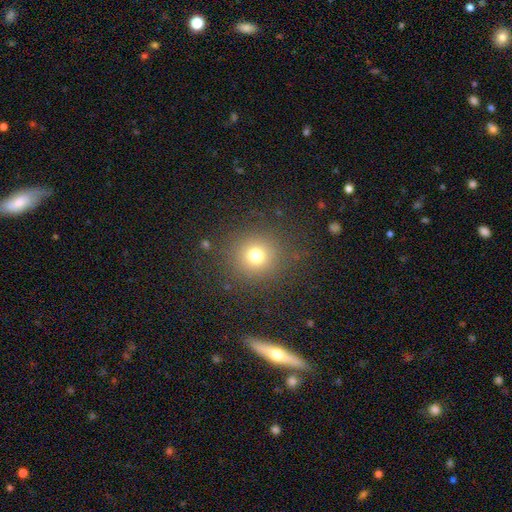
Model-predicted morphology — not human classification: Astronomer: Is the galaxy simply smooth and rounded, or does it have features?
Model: smooth — 73%.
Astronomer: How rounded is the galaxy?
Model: round — 93%.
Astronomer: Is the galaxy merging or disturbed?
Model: none — 86%.